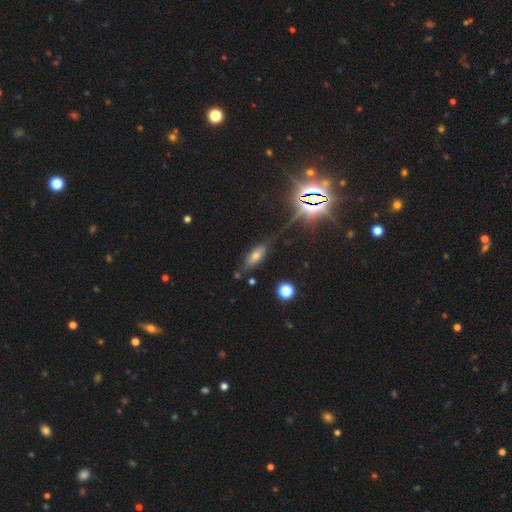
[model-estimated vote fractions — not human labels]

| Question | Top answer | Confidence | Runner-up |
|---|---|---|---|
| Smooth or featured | smooth | 45% | star or artifact (33%) |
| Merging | none | 75% | minor disturbance (16%) |